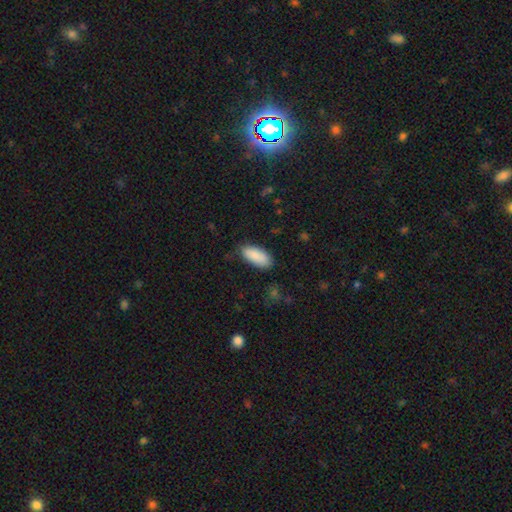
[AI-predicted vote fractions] The model was most divided on "merging": none: 80%, minor disturbance: 15%, major disturbance: 3%, merger: 1%. More confident: smooth or featured — smooth (88%); how rounded — in between (86%).